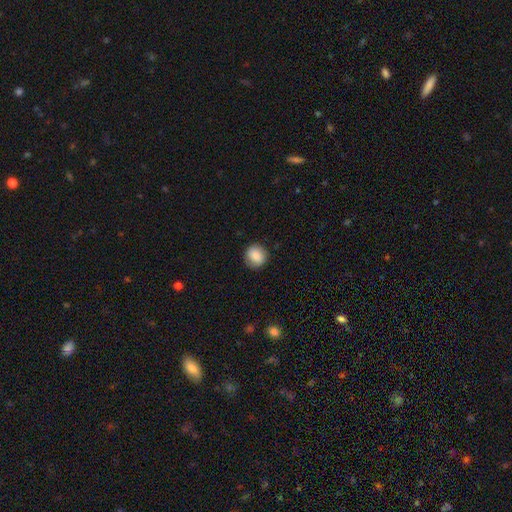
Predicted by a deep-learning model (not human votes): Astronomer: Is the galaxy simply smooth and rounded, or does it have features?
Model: smooth — 83%.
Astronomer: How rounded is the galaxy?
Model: round — 90%.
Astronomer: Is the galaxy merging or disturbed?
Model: none — 87%.